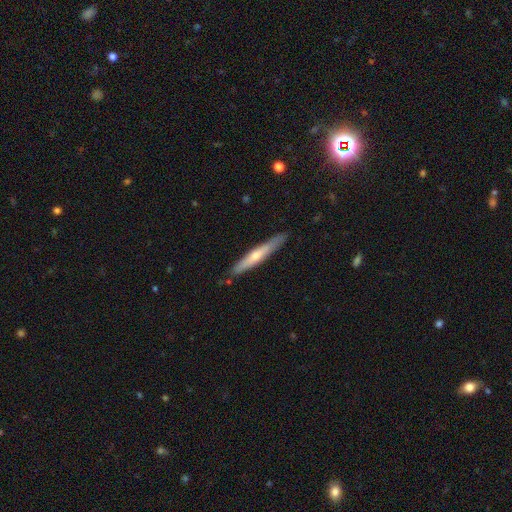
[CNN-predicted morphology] A featured or disk galaxy (52%) viewed edge-on (93%). Merging: none (86%).